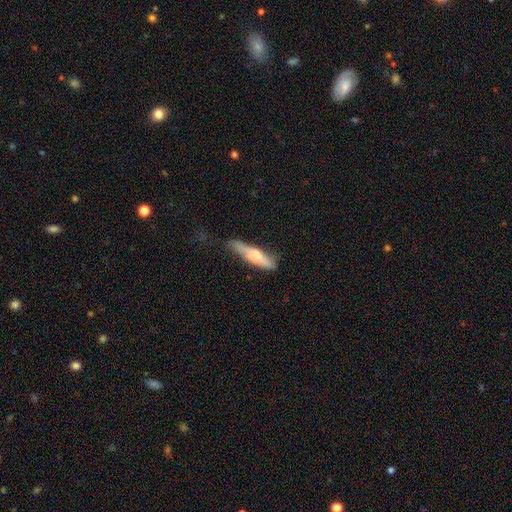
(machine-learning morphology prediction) smooth 60%, featured or disk 34%, star or artifact 6%. Down the decision tree: how rounded — cigar-shaped (76%); merging — none (47%).